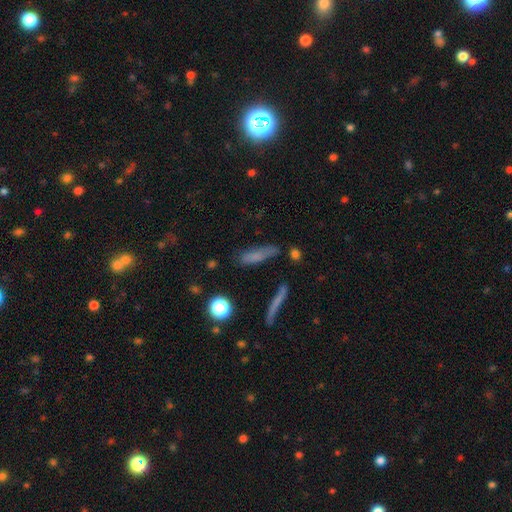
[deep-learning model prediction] This appears to be a smooth galaxy with no disk features (68%) that is cigar-shaped (64%). Merging: none (65%).